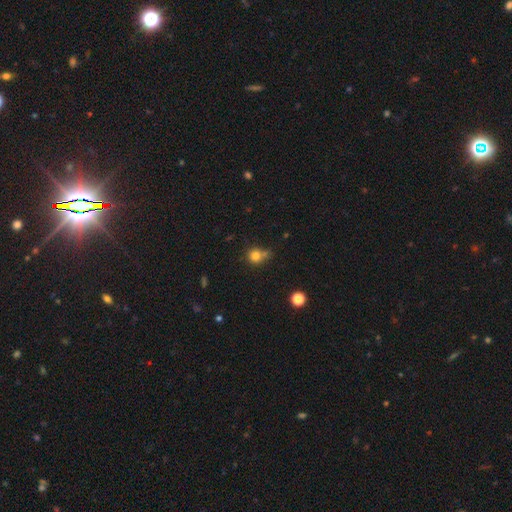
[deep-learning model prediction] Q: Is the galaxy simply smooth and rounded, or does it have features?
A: smooth — 79%.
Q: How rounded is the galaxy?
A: round — 86%.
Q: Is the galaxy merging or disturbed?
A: none — 56%.